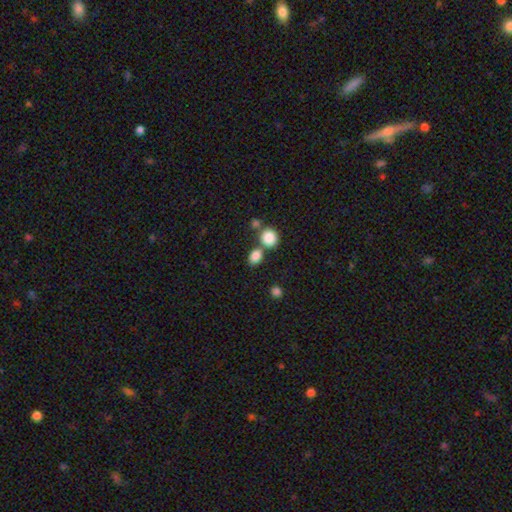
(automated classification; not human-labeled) Morphology: type=smooth (85%); roundness=in between (58%); merging=none (55%).